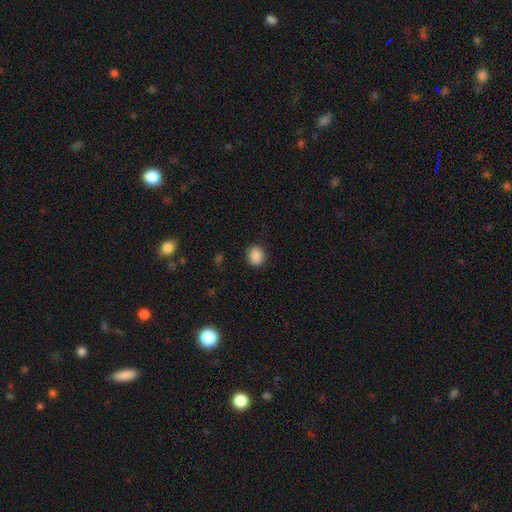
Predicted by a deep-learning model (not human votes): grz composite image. It shows a smooth galaxy with no disk features (89%) that is round (70%). Merging: none (89%).